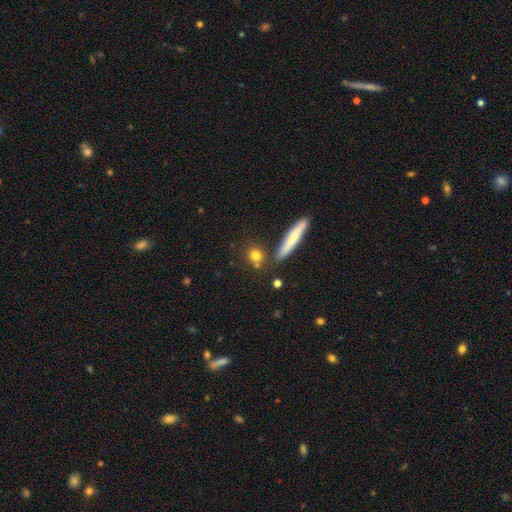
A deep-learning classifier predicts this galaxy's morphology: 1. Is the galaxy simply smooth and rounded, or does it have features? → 76% smooth, 13% featured or disk, 10% star or artifact.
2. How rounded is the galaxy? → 64% round, 19% cigar-shaped, 17% in between.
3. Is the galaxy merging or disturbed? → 73% none, 14% merger, 10% minor disturbance, 3% major disturbance.